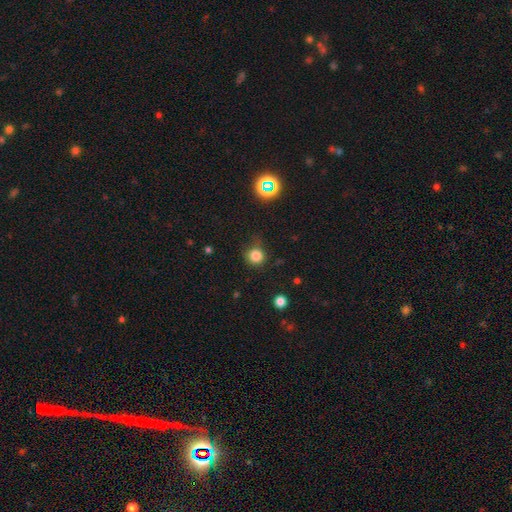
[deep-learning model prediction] This appears to be a smooth galaxy with no disk features (80%) that is round (91%). Merging: none (76%).